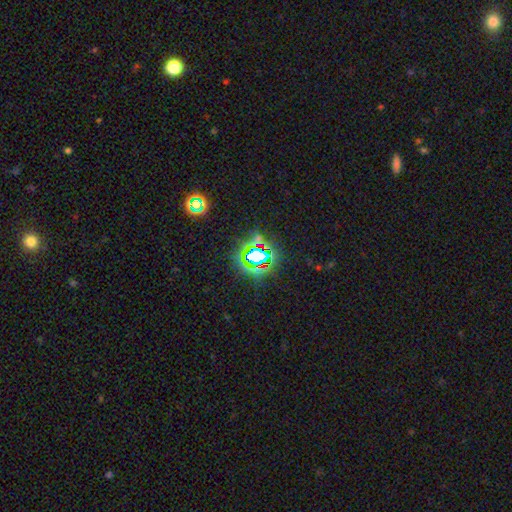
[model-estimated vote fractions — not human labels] This appears to be a star or artifact, not a galaxy (71%).